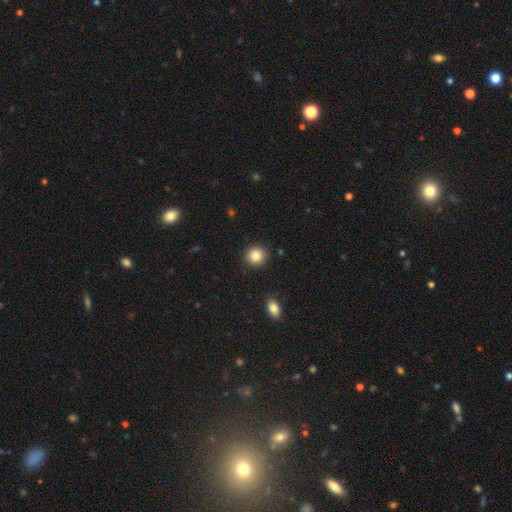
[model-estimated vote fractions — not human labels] A smooth galaxy with no disk features (86%) that is round (90%). Merging: none (91%).